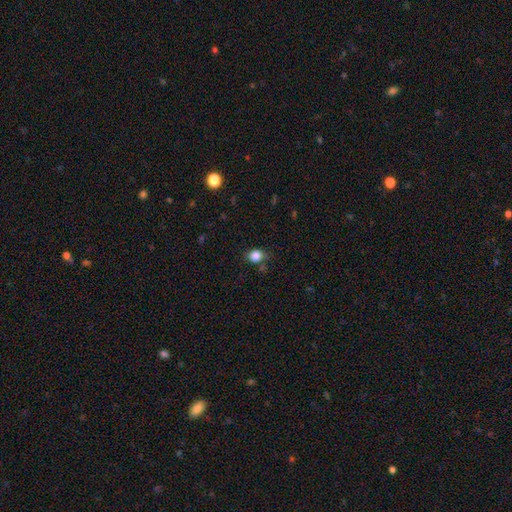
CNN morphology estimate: This appears to be a smooth galaxy with no disk features (84%) that is round (64%). Merging: none (68%).